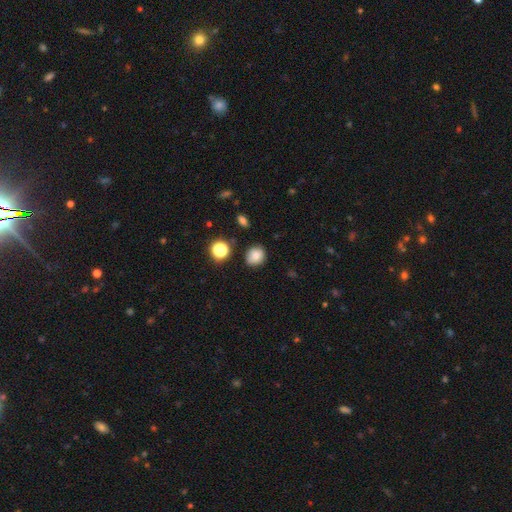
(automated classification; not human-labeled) A smooth galaxy with no disk features (79%) that is round (81%). Merging: none (79%).